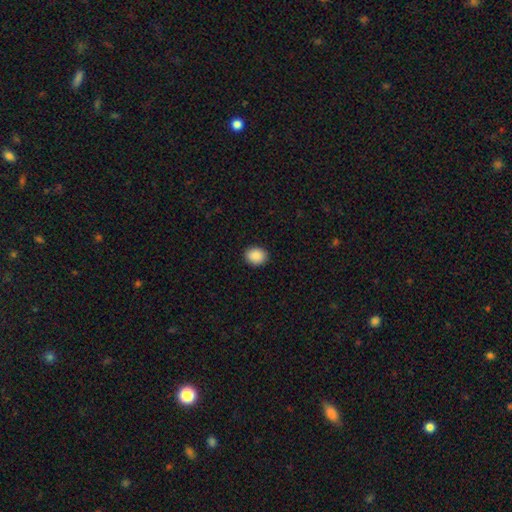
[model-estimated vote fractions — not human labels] Smooth or featured? Predicted: smooth (p=0.90). How rounded? Predicted: round (p=0.58). Merging? Predicted: none (p=0.91).